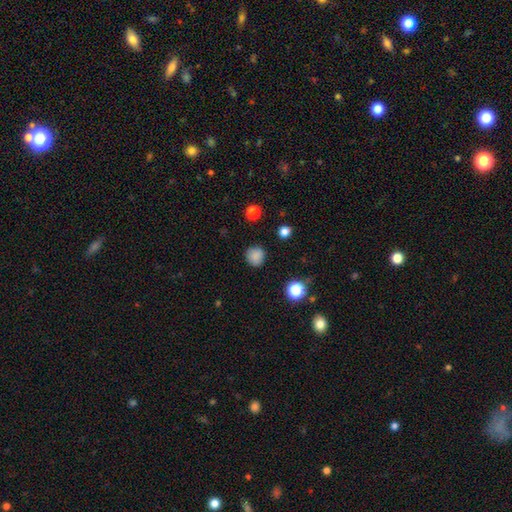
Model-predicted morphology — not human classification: smooth-or-featured: smooth: 84% | star or artifact: 12% | featured or disk: 5%
  how-rounded: round: 92% | in between: 7% | cigar-shaped: 1%
  merging: none: 87% | minor disturbance: 9% | major disturbance: 3% | merger: 1%